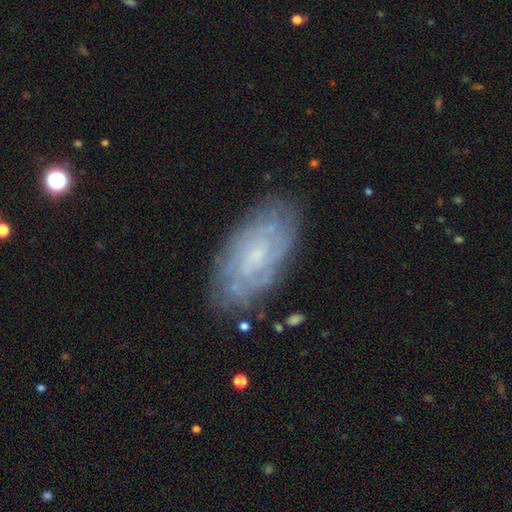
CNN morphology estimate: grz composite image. It shows a featured or disk galaxy (69%) with no bar (63%), tight (67%) spiral arms (83%) and a small central bulge (65%). Merging: none (78%).